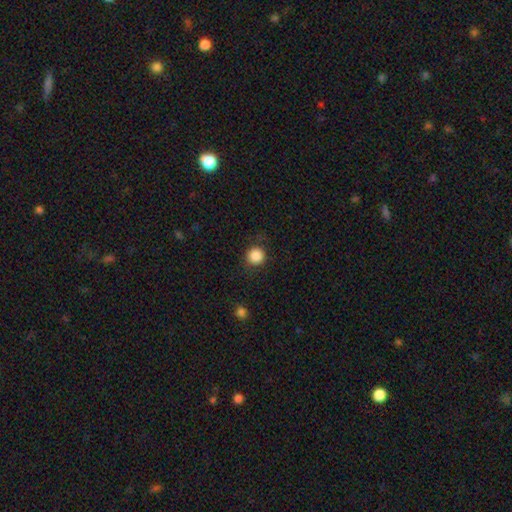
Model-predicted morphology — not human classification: smooth 87%, star or artifact 10%, featured or disk 4%. Down the decision tree: how rounded — round (94%); merging — none (87%).